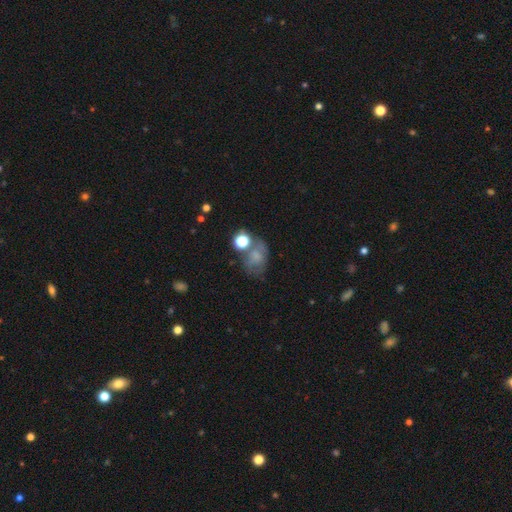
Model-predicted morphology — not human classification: type=smooth (56%); roundness=in between (63%); merging=none (41%).